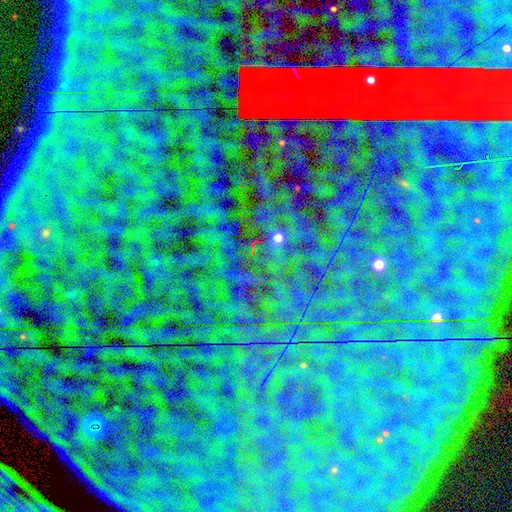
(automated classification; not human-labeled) Smooth or featured: star or artifact — 86% (featured or disk — 7%)